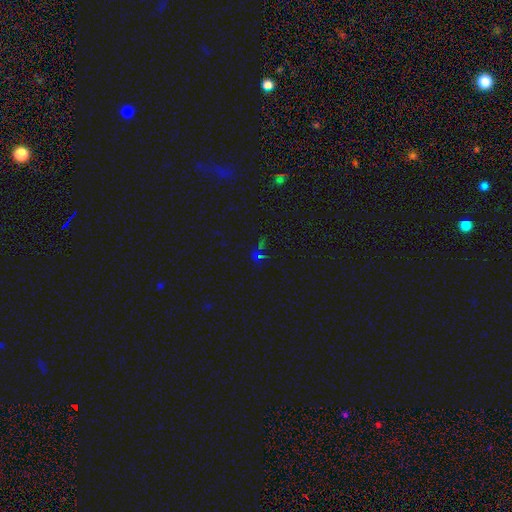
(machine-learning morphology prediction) smooth-or-featured: star or artifact: 64% | smooth: 24% | featured or disk: 12%